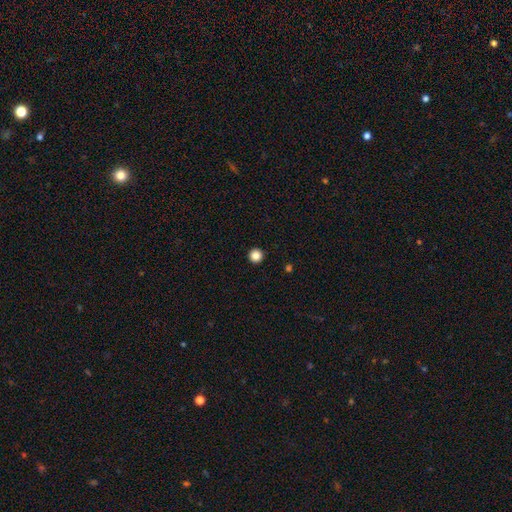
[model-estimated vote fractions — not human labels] Smooth or featured?
  - smooth: 86% *
  - star or artifact: 11%
  - featured or disk: 3%
How rounded?
  - round: 96% *
  - in between: 3%
  - cigar-shaped: 1%
Merging?
  - none: 94% *
  - minor disturbance: 3%
  - major disturbance: 1%
  - merger: 1%